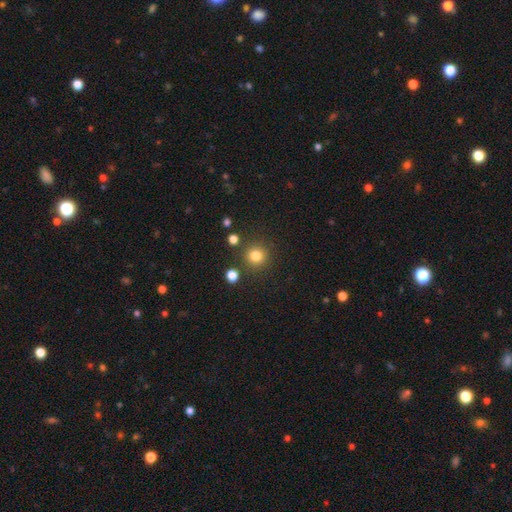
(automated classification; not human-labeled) A smooth galaxy with no disk features (80%) that is round (93%).

Vote fractions:
- Smooth or featured? smooth: 80% / star or artifact: 14% / featured or disk: 6%
- How rounded? round: 93% / in between: 6% / cigar-shaped: 1%
- Merging? none: 85% / minor disturbance: 7% / merger: 5% / major disturbance: 3%